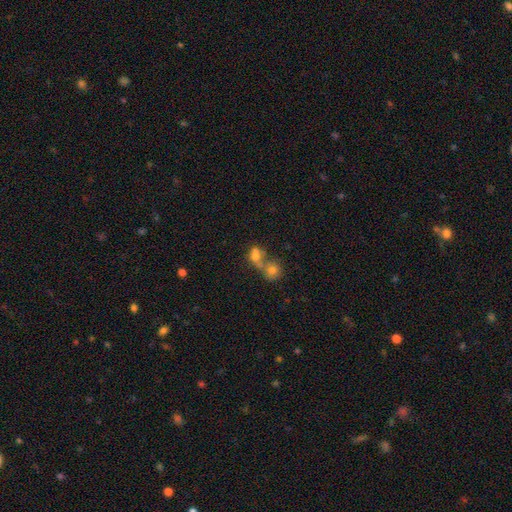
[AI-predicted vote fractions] Morphology: type=smooth (66%); roundness=round (51%); merging=merger (64%).